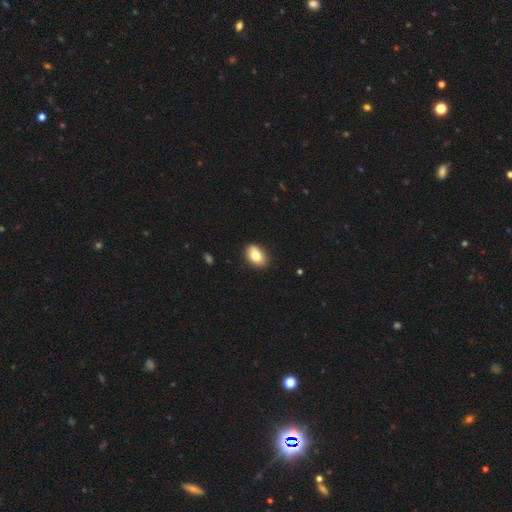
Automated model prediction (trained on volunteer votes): A smooth galaxy with no disk features (79%) that is in between round and cigar-shaped (86%). Merging: none (84%).